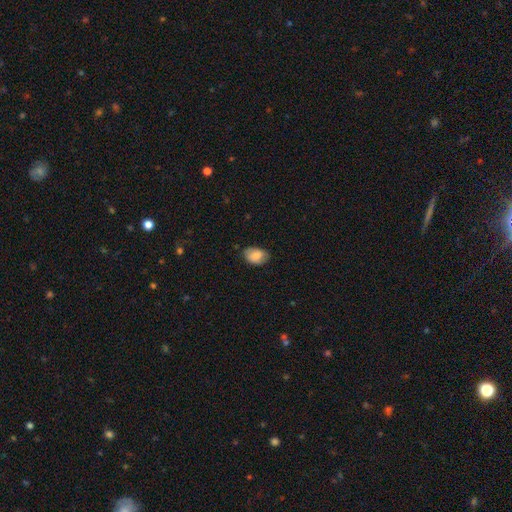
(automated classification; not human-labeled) smooth-or-featured: smooth: 76% | featured or disk: 16% | star or artifact: 7%
  how-rounded: in between: 85% | round: 14% | cigar-shaped: 1%
  merging: none: 73% | minor disturbance: 22% | major disturbance: 4% | merger: 1%